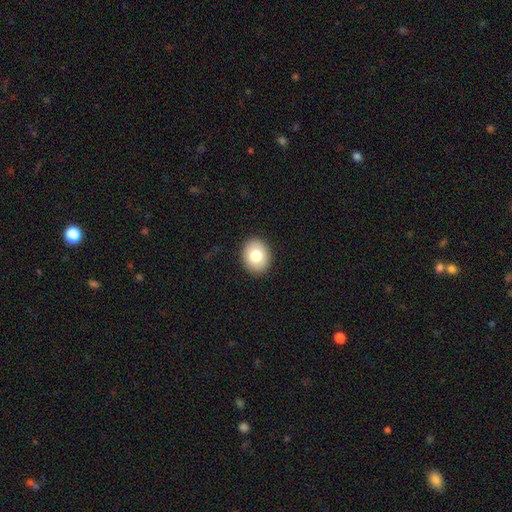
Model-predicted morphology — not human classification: Q: Smooth or featured?
A: smooth (77%); runner-up: featured or disk (14%)
Q: How rounded?
A: round (53%); runner-up: in between (46%)
Q: Merging?
A: none (90%); runner-up: minor disturbance (7%)